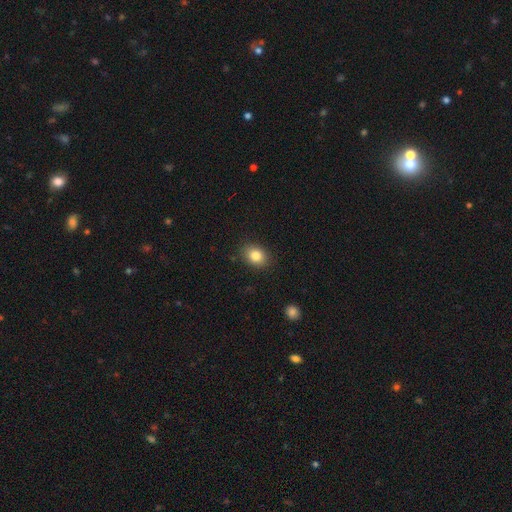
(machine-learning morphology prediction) This appears to be a smooth galaxy with no disk features (84%) that is in between round and cigar-shaped (67%). Merging: none (86%).